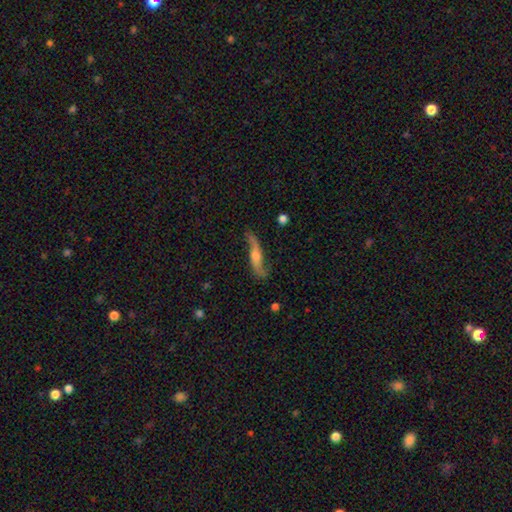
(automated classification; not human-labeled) This appears to be a featured or disk galaxy (79%) with no bar (55%), 2 (92%) loose (85%) spiral arms (93%) and a moderate central bulge (53%). Merging: none (72%).